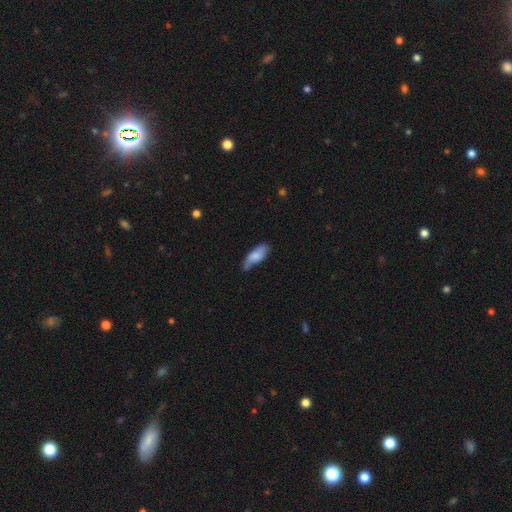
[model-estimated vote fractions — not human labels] This appears to be a smooth galaxy with no disk features (68%) that is in between round and cigar-shaped (74%). Merging: none (48%).